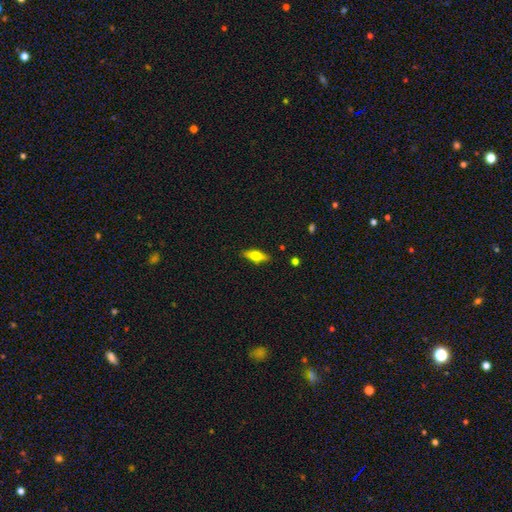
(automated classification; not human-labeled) smooth_or_featured: smooth (p=0.55) [alt: featured or disk p=0.38]
how_rounded: in between (p=0.54) [alt: cigar-shaped p=0.43]
merging: none (p=0.87) [alt: minor disturbance p=0.10]